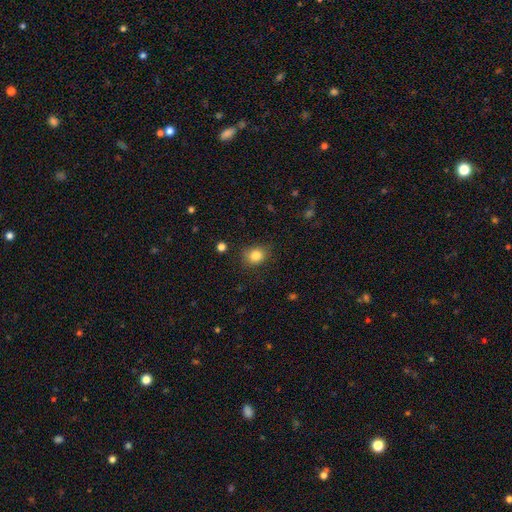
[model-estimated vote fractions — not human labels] Smooth or featured? Predicted: smooth (p=0.84). How rounded? Predicted: round (p=0.60). Merging? Predicted: none (p=0.82).